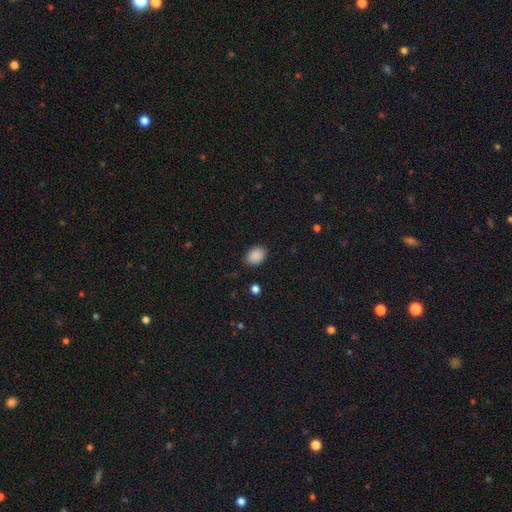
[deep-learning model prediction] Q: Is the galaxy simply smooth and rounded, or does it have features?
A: smooth — 89%.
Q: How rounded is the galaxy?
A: in between — 77%.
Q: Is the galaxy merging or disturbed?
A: none — 87%.